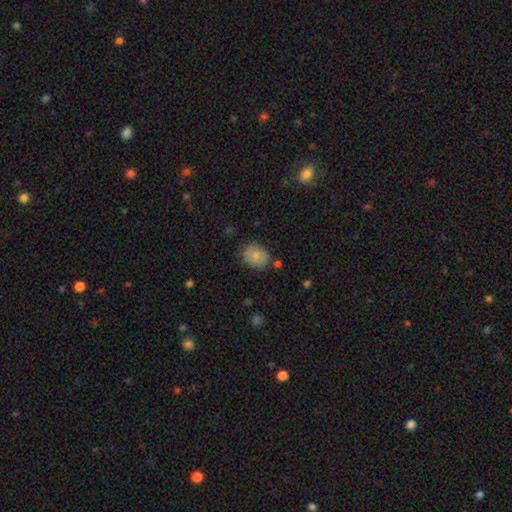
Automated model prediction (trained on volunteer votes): A smooth galaxy with no disk features (75%) that is round (61%). Merging: none (72%).